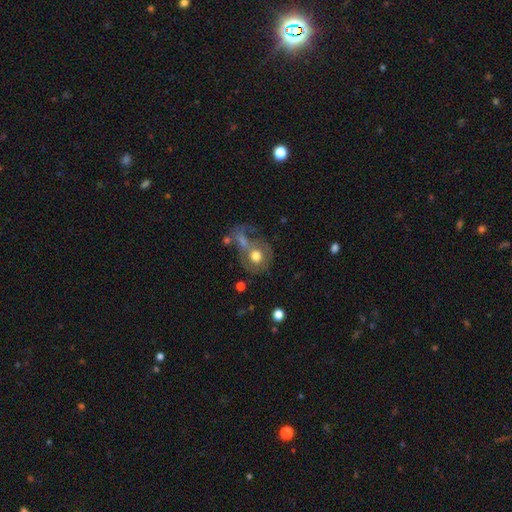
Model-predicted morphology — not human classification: smooth 54%, featured or disk 37%, star or artifact 9%. Down the decision tree: how rounded — round (77%); merging — none (35%).